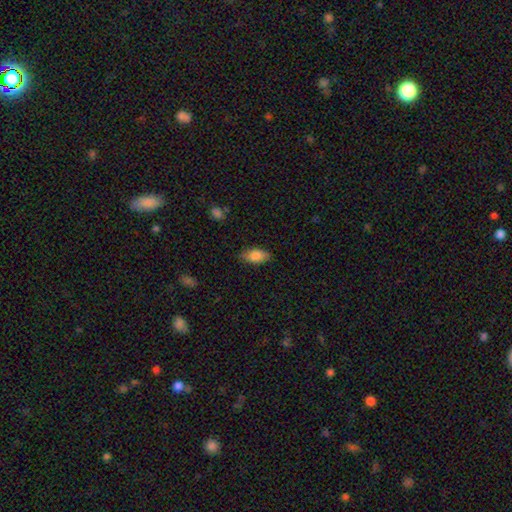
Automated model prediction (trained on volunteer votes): A smooth galaxy with no disk features (84%) that is in between round and cigar-shaped (91%).

Vote fractions:
- Smooth or featured? smooth: 84% / featured or disk: 9% / star or artifact: 7%
- How rounded? in between: 91% / cigar-shaped: 5% / round: 3%
- Merging? none: 81% / minor disturbance: 15% / major disturbance: 3% / merger: 1%